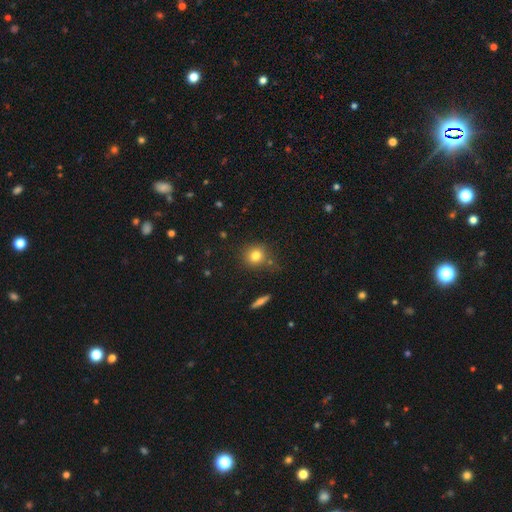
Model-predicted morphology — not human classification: This is likely a smooth galaxy (79%). How rounded: clearly round (83%). Merging: likely none (76%).